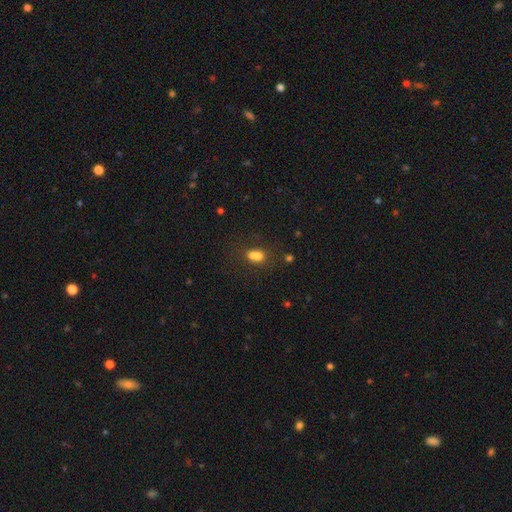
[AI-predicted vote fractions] Smooth or featured: smooth — 71% (star or artifact — 15%)
How rounded: in between — 52% (round — 46%)
Merging: merger — 53% (none — 33%)